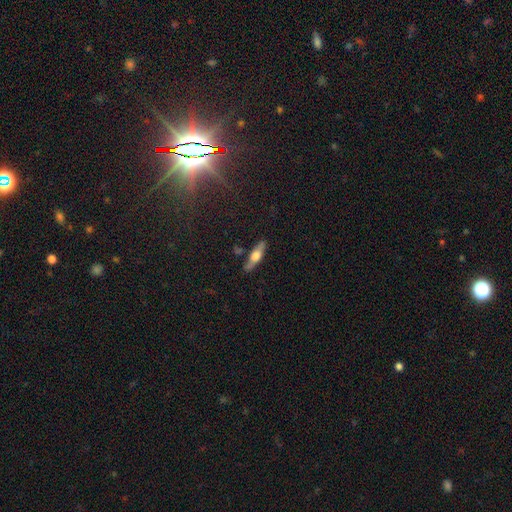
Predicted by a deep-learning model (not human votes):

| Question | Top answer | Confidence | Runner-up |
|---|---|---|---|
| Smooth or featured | featured or disk | 51% | smooth (42%) |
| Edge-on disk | yes | 90% | no (10%) |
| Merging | none | 84% | minor disturbance (11%) |